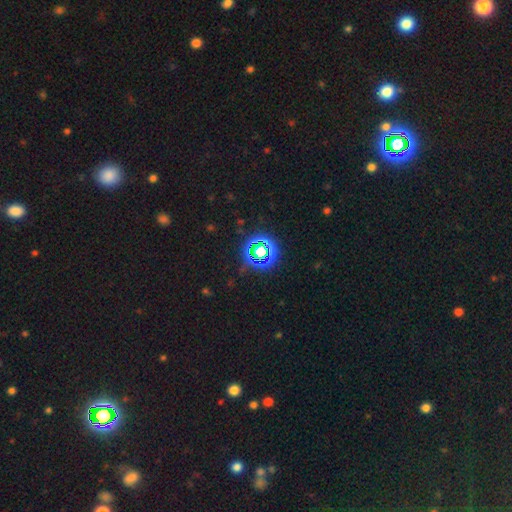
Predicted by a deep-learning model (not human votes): star or artifact 79%, smooth 15%, featured or disk 7%.